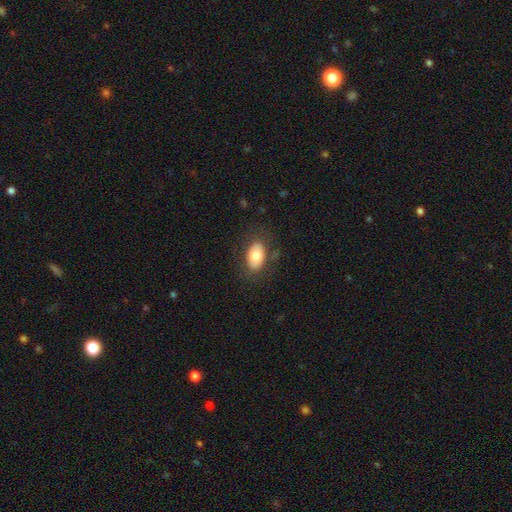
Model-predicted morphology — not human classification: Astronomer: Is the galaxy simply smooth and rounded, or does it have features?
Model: smooth — 76%.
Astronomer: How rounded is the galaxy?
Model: in between — 90%.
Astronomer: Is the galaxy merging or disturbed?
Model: none — 79%.